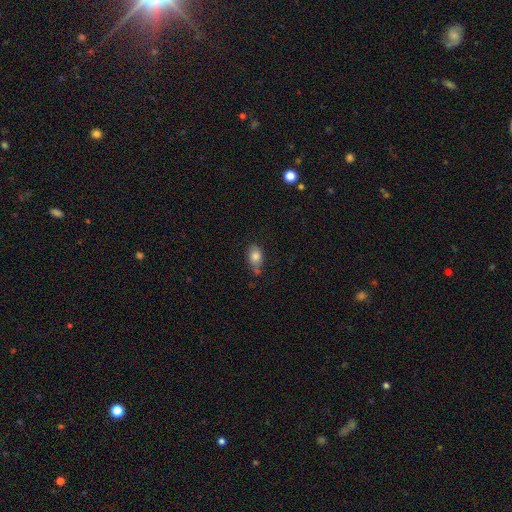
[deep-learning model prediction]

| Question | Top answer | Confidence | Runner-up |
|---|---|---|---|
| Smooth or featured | smooth | 82% | featured or disk (9%) |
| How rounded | in between | 78% | round (20%) |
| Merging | none | 55% | minor disturbance (29%) |